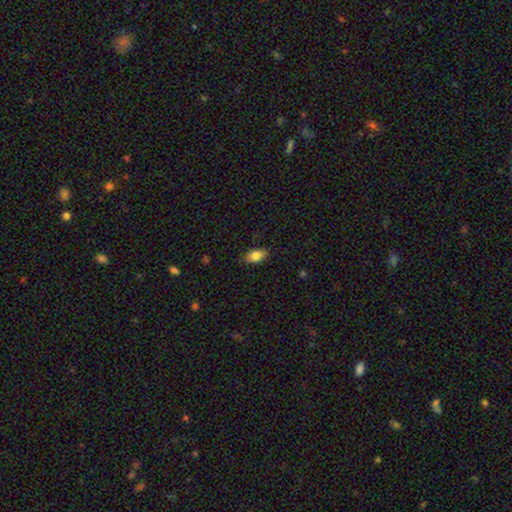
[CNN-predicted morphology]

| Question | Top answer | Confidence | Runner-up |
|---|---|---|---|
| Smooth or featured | smooth | 82% | featured or disk (10%) |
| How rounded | in between | 91% | cigar-shaped (5%) |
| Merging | none | 84% | minor disturbance (12%) |